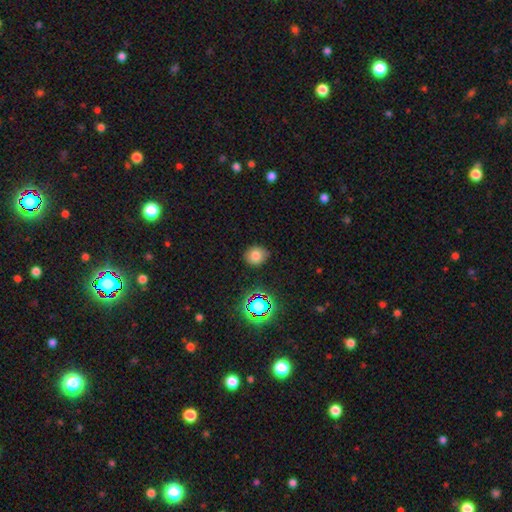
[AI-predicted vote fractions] Smooth or featured: smooth — 74% (star or artifact — 17%)
How rounded: round — 78% (in between — 21%)
Merging: none — 80% (minor disturbance — 14%)